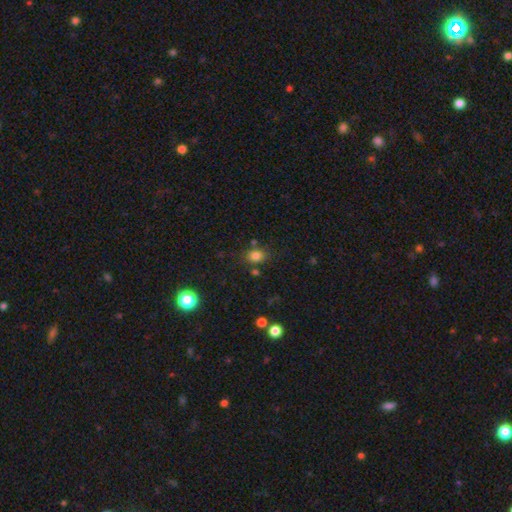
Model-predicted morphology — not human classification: smooth 79%, star or artifact 14%, featured or disk 7%. Down the decision tree: how rounded — in between (51%); merging — none (74%).